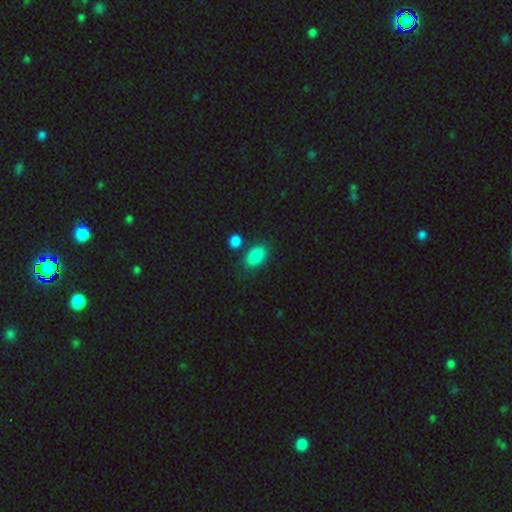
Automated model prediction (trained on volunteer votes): This appears to be a smooth galaxy with no disk features (87%) that is in between round and cigar-shaped (89%). Merging: none (73%).